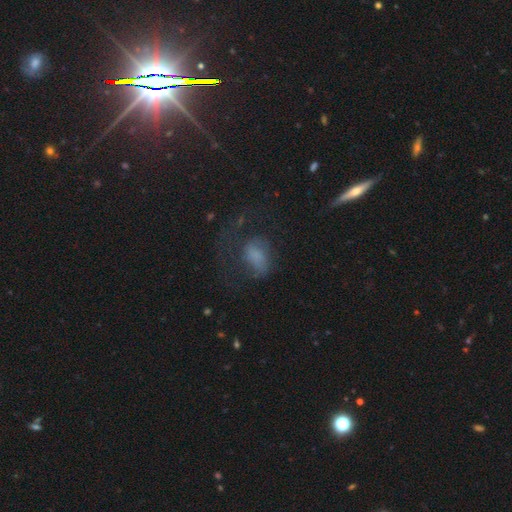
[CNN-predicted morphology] Smooth or featured? smooth (49%)
Merging? major disturbance (45%)